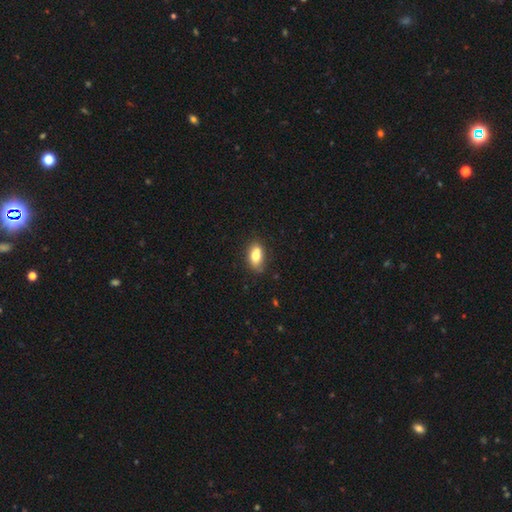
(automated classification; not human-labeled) Smooth or featured? Predicted: smooth (p=0.76). How rounded? Predicted: in between (p=0.86). Merging? Predicted: none (p=0.66).